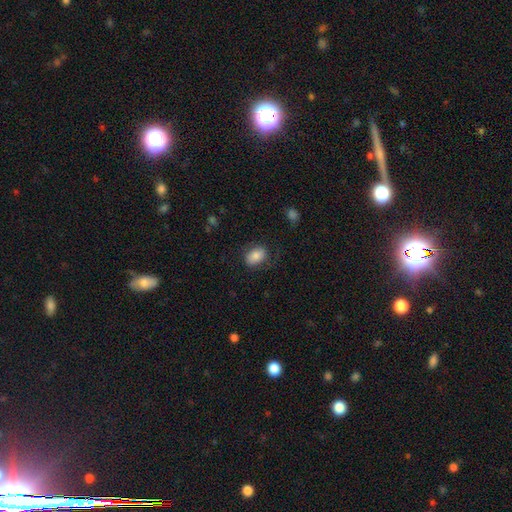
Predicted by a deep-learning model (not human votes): Smooth or featured: smooth — 79% (featured or disk — 14%)
How rounded: in between — 80% (round — 19%)
Merging: none — 72% (minor disturbance — 18%)